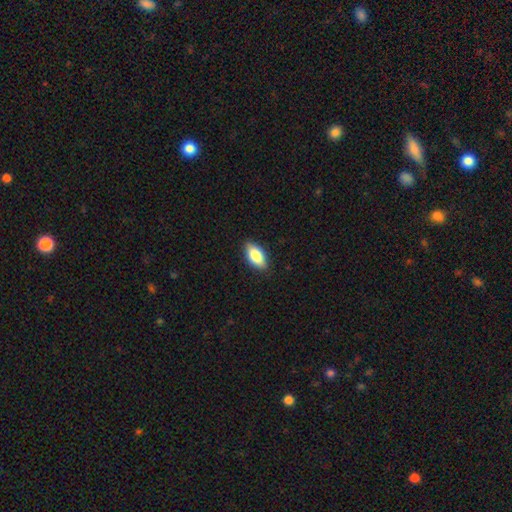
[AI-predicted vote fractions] A smooth galaxy with no disk features (81%) that is in between round and cigar-shaped (89%).

Vote fractions:
- Smooth or featured? smooth: 81% / featured or disk: 12% / star or artifact: 7%
- How rounded? in between: 89% / cigar-shaped: 7% / round: 3%
- Merging? none: 87% / minor disturbance: 10% / major disturbance: 2% / merger: 1%